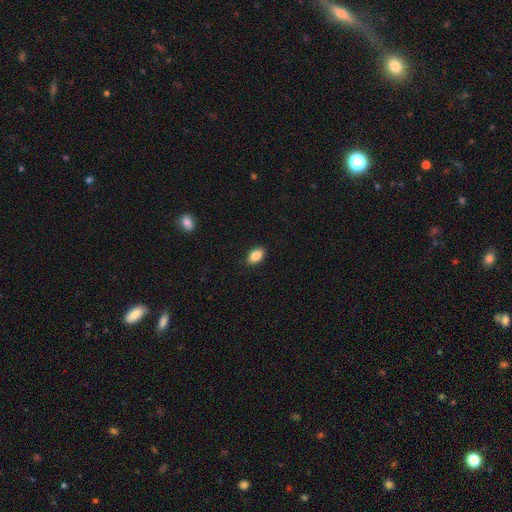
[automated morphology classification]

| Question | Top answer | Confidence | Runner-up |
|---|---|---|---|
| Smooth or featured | smooth | 85% | star or artifact (8%) |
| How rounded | in between | 89% | round (10%) |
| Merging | none | 89% | minor disturbance (8%) |